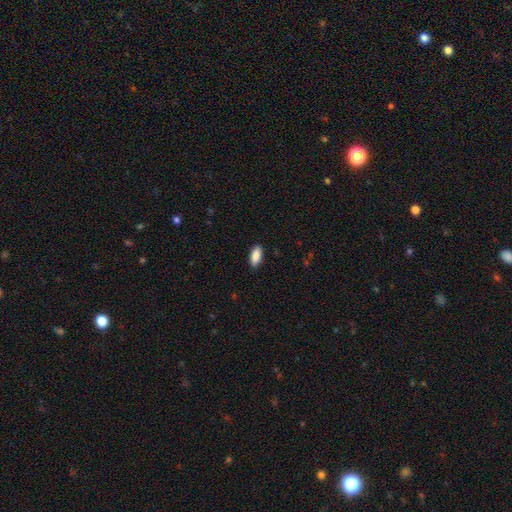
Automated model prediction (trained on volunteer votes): The model was most divided on "how rounded": in between: 85%, cigar-shaped: 13%, round: 2%. More confident: smooth or featured — smooth (89%); merging — none (88%).